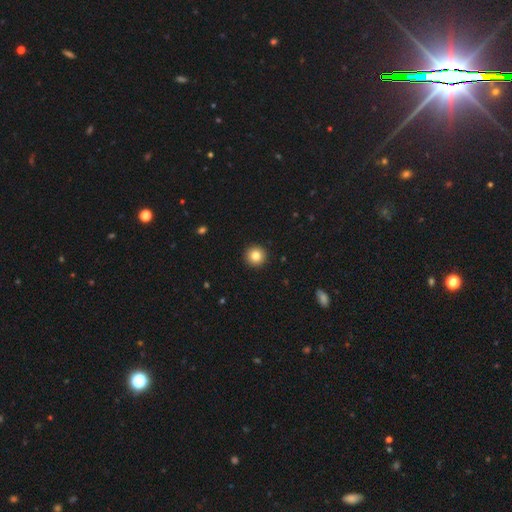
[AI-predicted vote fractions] smooth 82%, star or artifact 10%, featured or disk 8%. Down the decision tree: how rounded — round (96%); merging — none (94%).